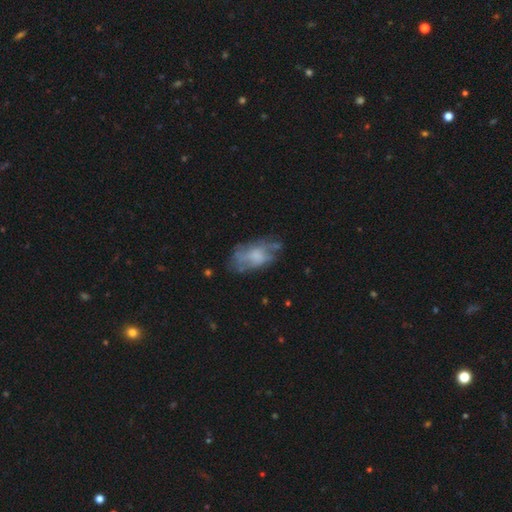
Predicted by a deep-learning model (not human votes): This appears to be a featured or disk galaxy (50%). Merging: none (51%).